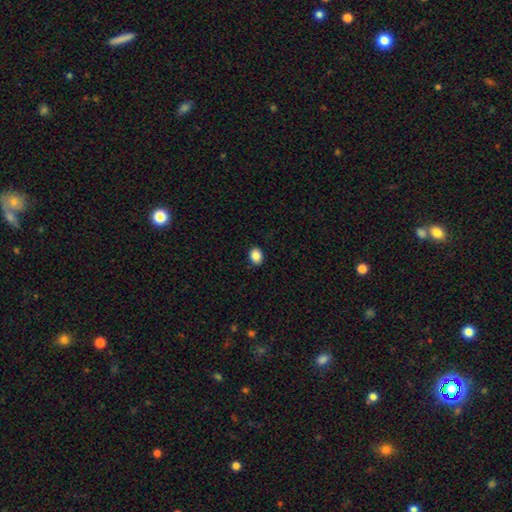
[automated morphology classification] Smooth or featured: smooth — 87% (star or artifact — 9%)
How rounded: in between — 53% (round — 46%)
Merging: none — 89% (minor disturbance — 8%)